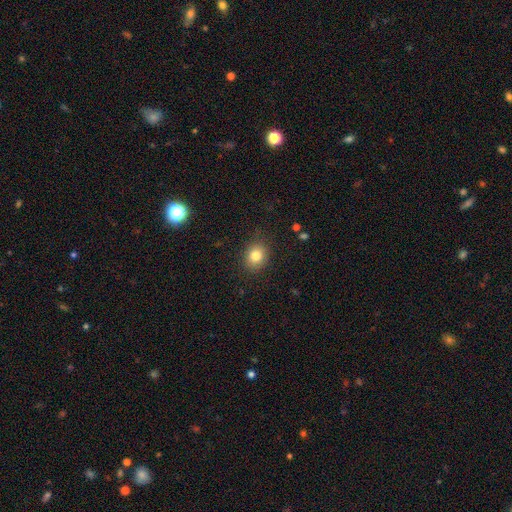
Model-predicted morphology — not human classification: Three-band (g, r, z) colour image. It shows a smooth galaxy with no disk features (80%) that is round (63%). Merging: none (87%).